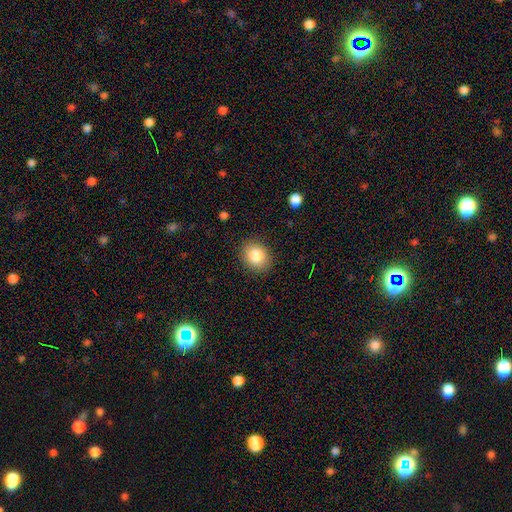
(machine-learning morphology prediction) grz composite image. It shows a smooth galaxy with no disk features (84%) that is round (54%). Merging: none (88%).